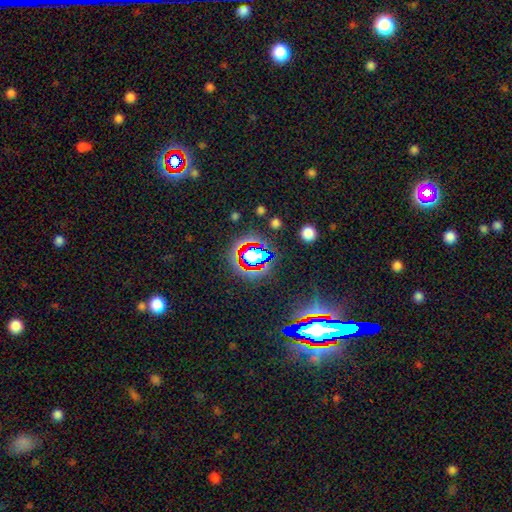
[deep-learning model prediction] Q: Smooth or featured?
A: star or artifact (62%); runner-up: smooth (23%)